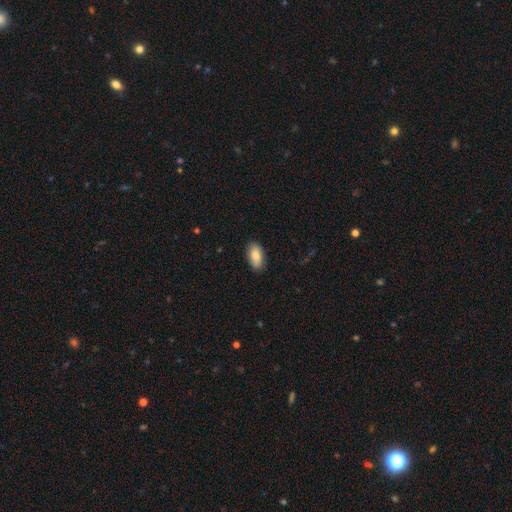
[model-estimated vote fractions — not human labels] A smooth galaxy with no disk features (85%) that is in between round and cigar-shaped (92%).

Vote fractions:
- Smooth or featured? smooth: 85% / featured or disk: 8% / star or artifact: 6%
- How rounded? in between: 92% / cigar-shaped: 5% / round: 3%
- Merging? none: 83% / minor disturbance: 13% / major disturbance: 2% / merger: 1%